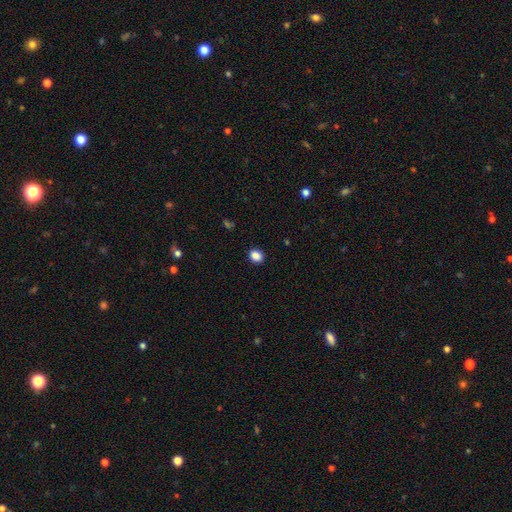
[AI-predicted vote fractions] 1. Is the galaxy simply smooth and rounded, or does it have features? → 87% smooth, 10% star or artifact, 3% featured or disk.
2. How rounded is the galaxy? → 54% round, 45% in between, 1% cigar-shaped.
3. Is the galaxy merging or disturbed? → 90% none, 7% minor disturbance, 2% major disturbance, 1% merger.